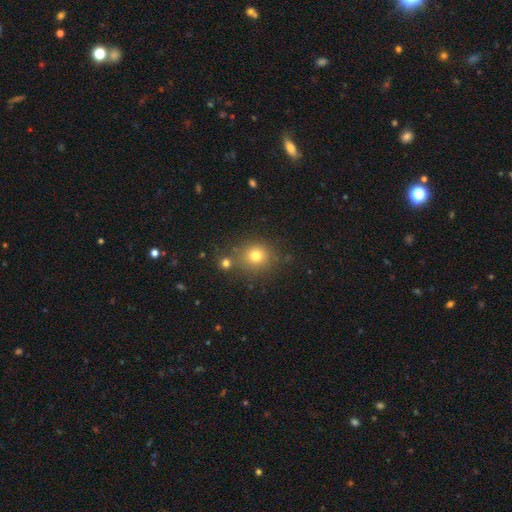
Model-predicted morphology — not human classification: smooth 75%, star or artifact 16%, featured or disk 9%. Down the decision tree: how rounded — round (87%); merging — none (75%).